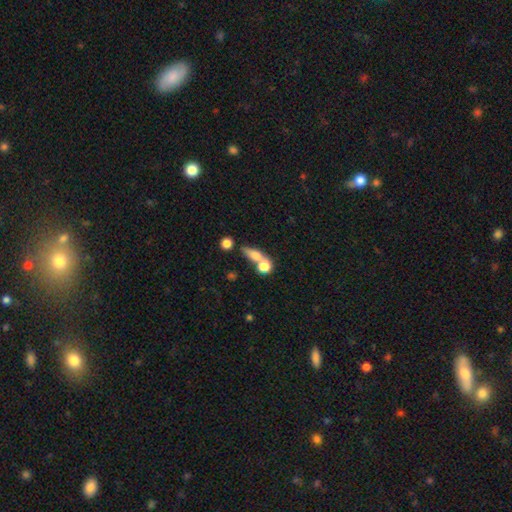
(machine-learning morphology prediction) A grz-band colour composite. It shows a smooth galaxy with no disk features (68%) that is in between round and cigar-shaped (43%). Merging: merger (46%).